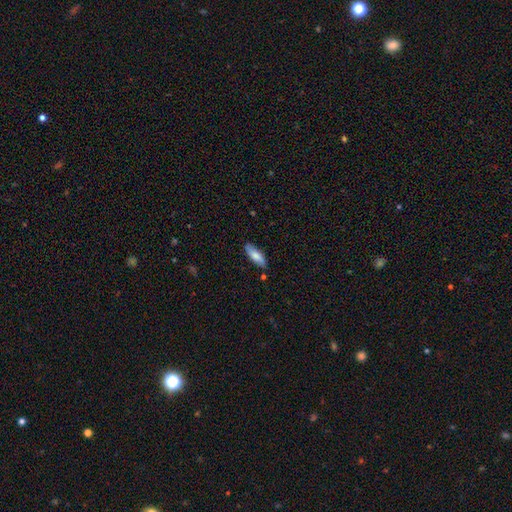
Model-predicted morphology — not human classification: A smooth galaxy with no disk features (78%) that is in between round and cigar-shaped (59%). Merging: none (83%).